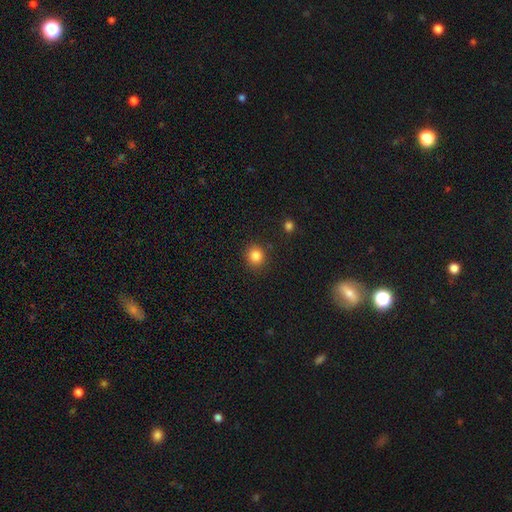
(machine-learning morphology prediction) Smooth or featured? smooth (84%)
How rounded? round (84%)
Merging? none (88%)